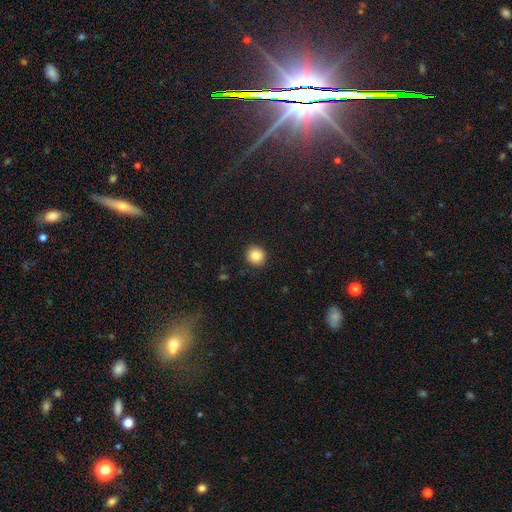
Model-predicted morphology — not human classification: Smooth or featured?
  - smooth: 85% *
  - star or artifact: 10%
  - featured or disk: 6%
How rounded?
  - round: 89% *
  - in between: 10%
  - cigar-shaped: 1%
Merging?
  - none: 91% *
  - minor disturbance: 6%
  - major disturbance: 2%
  - merger: 1%